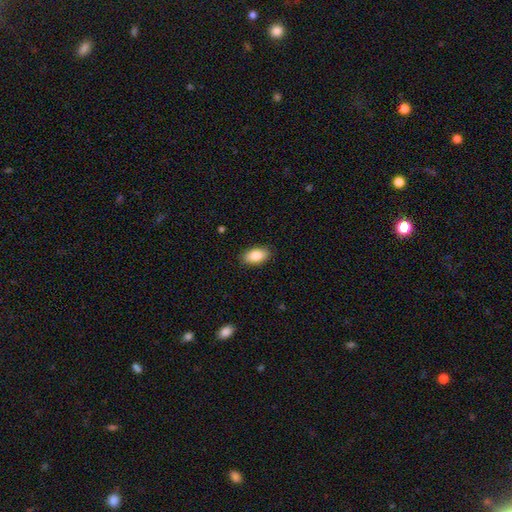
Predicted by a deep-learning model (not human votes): Smooth or featured?
  - smooth: 86% *
  - featured or disk: 8%
  - star or artifact: 7%
How rounded?
  - in between: 93% *
  - round: 4%
  - cigar-shaped: 3%
Merging?
  - none: 89% *
  - minor disturbance: 8%
  - major disturbance: 2%
  - merger: 1%